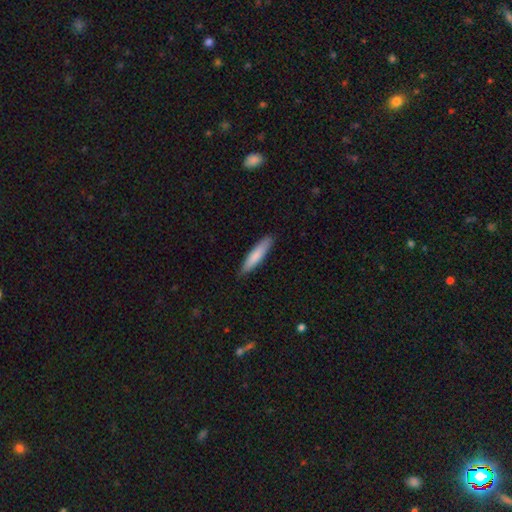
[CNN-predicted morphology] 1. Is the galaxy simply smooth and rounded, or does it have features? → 80% smooth, 15% featured or disk, 5% star or artifact.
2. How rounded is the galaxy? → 83% cigar-shaped, 16% in between, 1% round.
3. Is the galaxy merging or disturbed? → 87% none, 11% minor disturbance, 2% major disturbance, 1% merger.